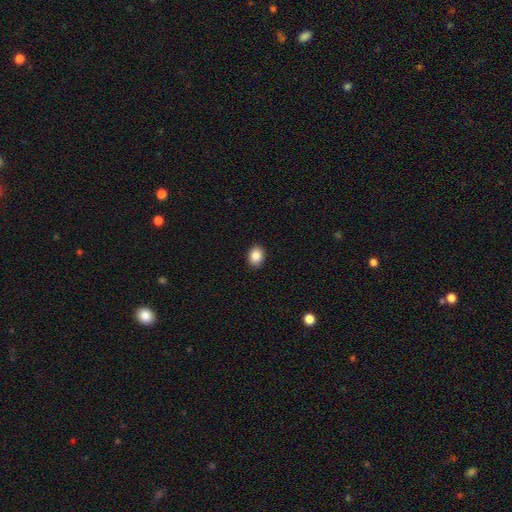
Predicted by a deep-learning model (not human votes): A smooth galaxy with no disk features (87%) that is in between round and cigar-shaped (55%). Merging: none (91%).